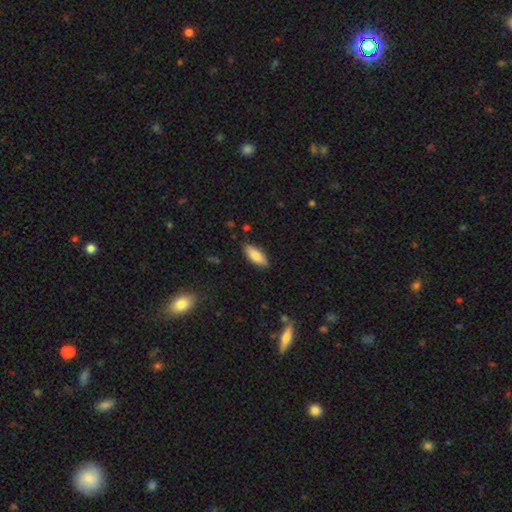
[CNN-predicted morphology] Smooth or featured? Predicted: smooth (p=0.85). How rounded? Predicted: in between (p=0.75). Merging? Predicted: none (p=0.86).